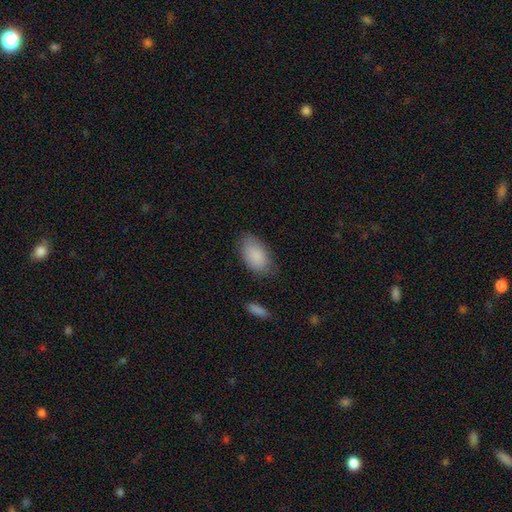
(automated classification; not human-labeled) Smooth or featured? smooth (87%)
How rounded? in between (93%)
Merging? none (75%)